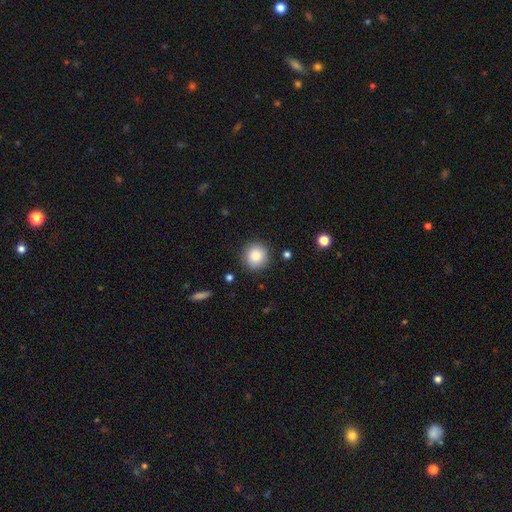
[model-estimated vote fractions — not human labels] Smooth or featured? Predicted: smooth (p=0.83). How rounded? Predicted: round (p=0.93). Merging? Predicted: none (p=0.88).